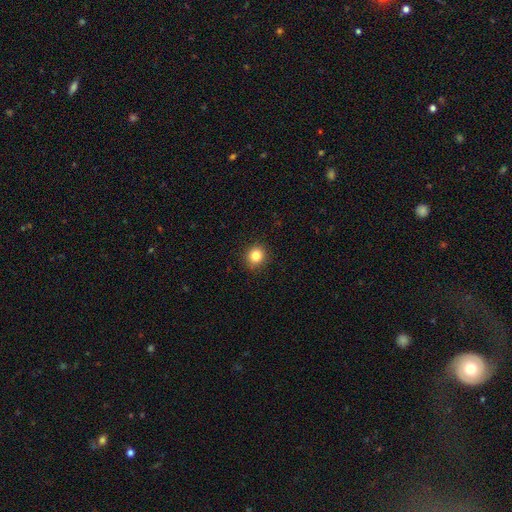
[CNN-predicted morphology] Overall: smooth (83%). How rounded: round (88%). Merging: none (92%).